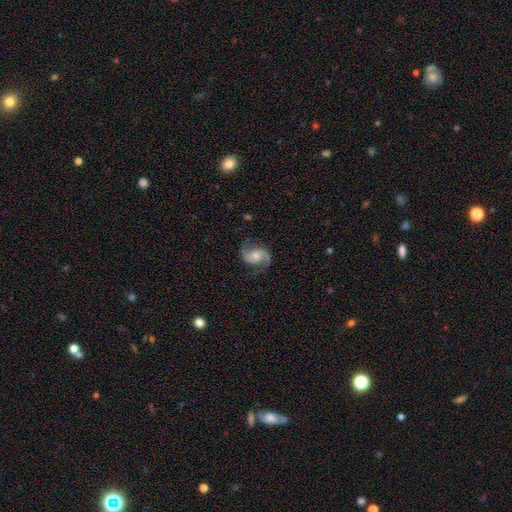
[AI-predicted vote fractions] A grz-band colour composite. It shows a featured or disk galaxy (87%) with no bar (59%), 2 (93%) medium (54%) spiral arms (98%) and a moderate central bulge (45%). Merging: none (78%).